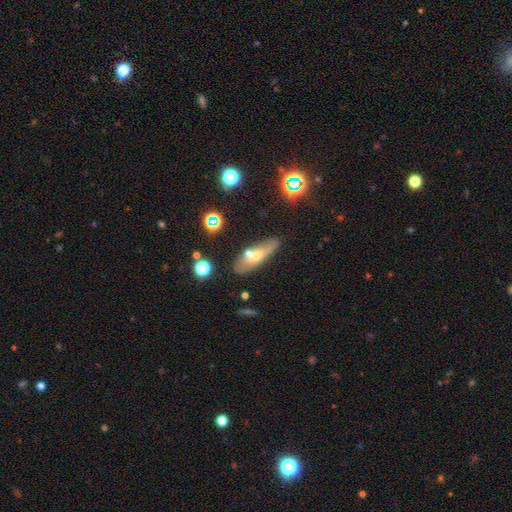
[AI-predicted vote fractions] This appears to be a smooth galaxy with no disk features (48%). Merging: none (64%).